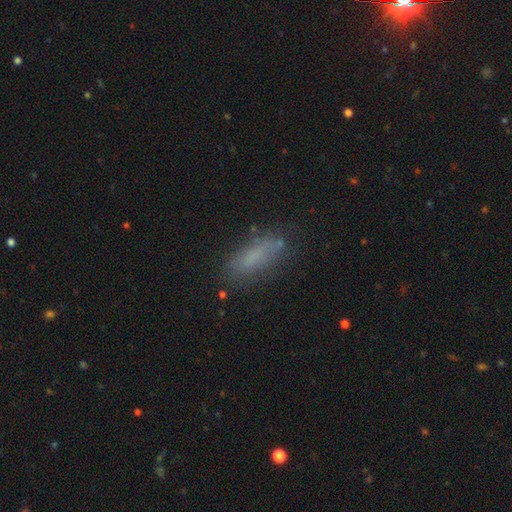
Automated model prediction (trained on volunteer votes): smooth 74%, featured or disk 14%, star or artifact 12%. Down the decision tree: how rounded — in between (53%); merging — none (73%).